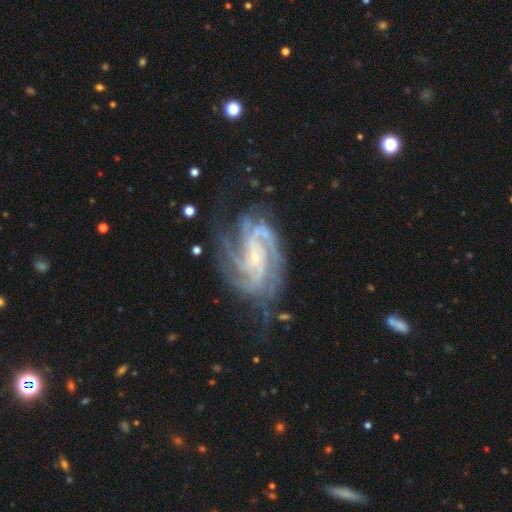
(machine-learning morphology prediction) Smooth or featured? Predicted: featured or disk (p=0.92). Edge-on disk? Predicted: no (p=0.98). Bar? Predicted: no (p=0.48). Spiral arms? Predicted: yes (p=0.99). Spiral winding? Predicted: tight (p=0.53). Spiral arm count? Predicted: 3 (p=0.29). Bulge size? Predicted: small (p=0.79). Merging? Predicted: none (p=0.66).